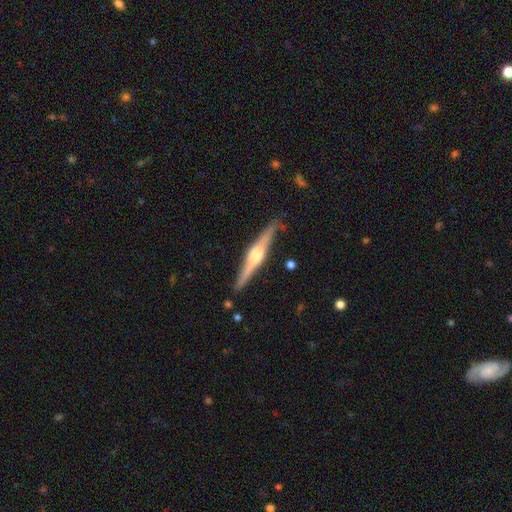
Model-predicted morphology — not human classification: Q: Smooth or featured?
A: featured or disk (78%); runner-up: smooth (17%)
Q: Edge-on disk?
A: yes (98%); runner-up: no (2%)
Q: Edge-on bulge?
A: rounded (82%); runner-up: boxy (14%)
Q: Merging?
A: none (86%); runner-up: minor disturbance (10%)